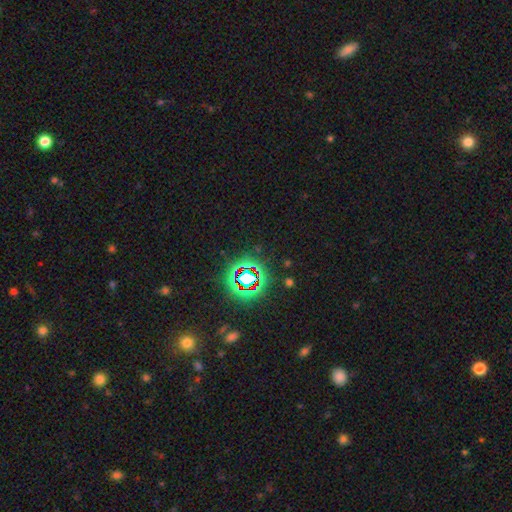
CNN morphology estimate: Smooth or featured? Predicted: star or artifact (p=0.74).